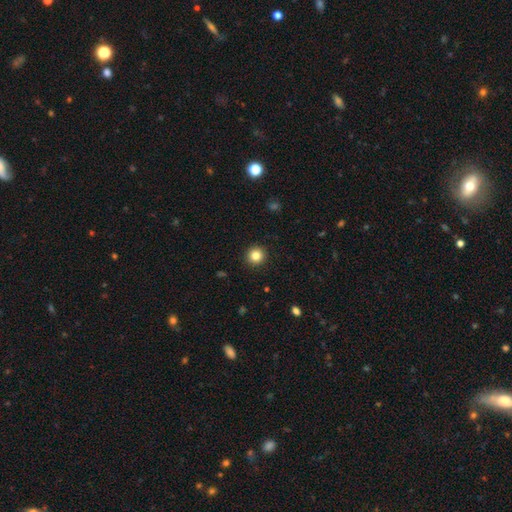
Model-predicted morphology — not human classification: Smooth or featured? smooth (84%)
How rounded? round (94%)
Merging? none (93%)